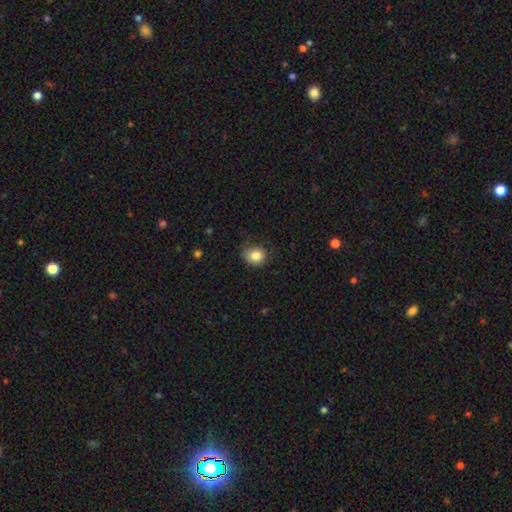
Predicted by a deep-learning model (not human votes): This is clearly a smooth galaxy (84%). How rounded: likely round (72%). Merging: likely none (72%).